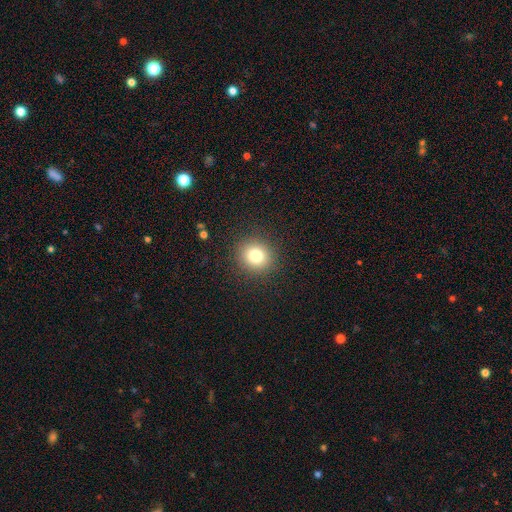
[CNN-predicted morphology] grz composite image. It shows a smooth galaxy with no disk features (78%) that is round (87%). Merging: none (90%).